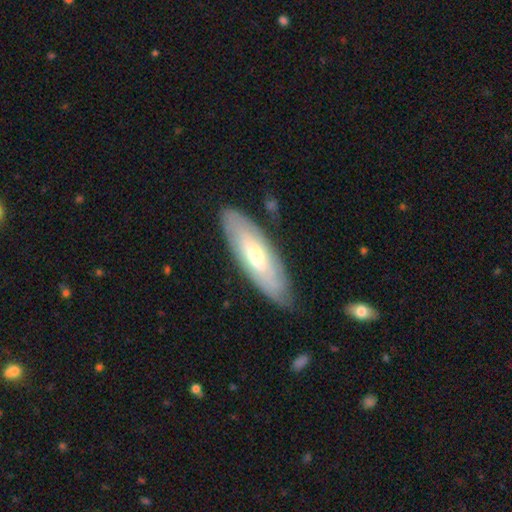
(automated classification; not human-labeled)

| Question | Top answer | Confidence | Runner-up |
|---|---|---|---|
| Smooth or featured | featured or disk | 55% | smooth (39%) |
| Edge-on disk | no | 67% | yes (33%) |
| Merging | none | 82% | minor disturbance (13%) |